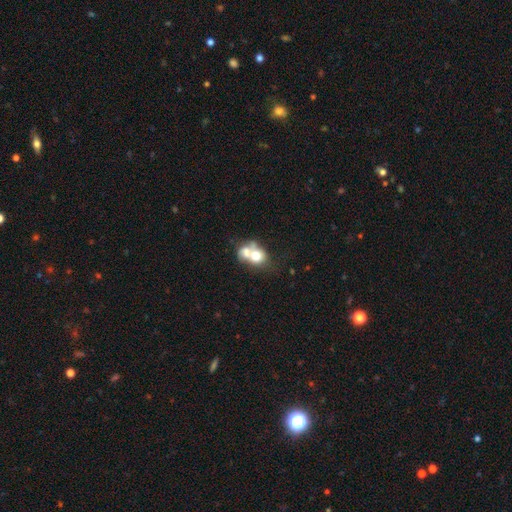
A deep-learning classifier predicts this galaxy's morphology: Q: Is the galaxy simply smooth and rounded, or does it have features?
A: smooth — 63%.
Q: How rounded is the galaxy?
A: round — 56%.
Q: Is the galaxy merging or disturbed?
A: merger — 70%.